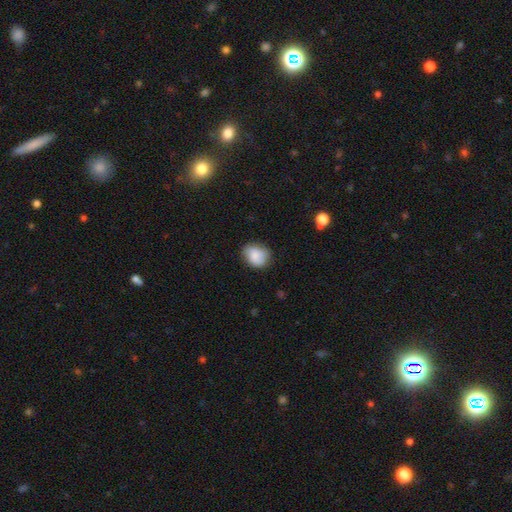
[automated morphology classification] Smooth or featured?
  - smooth: 80% *
  - featured or disk: 12%
  - star or artifact: 8%
How rounded?
  - round: 55% *
  - in between: 44%
  - cigar-shaped: 1%
Merging?
  - none: 71% *
  - minor disturbance: 23%
  - major disturbance: 5%
  - merger: 1%